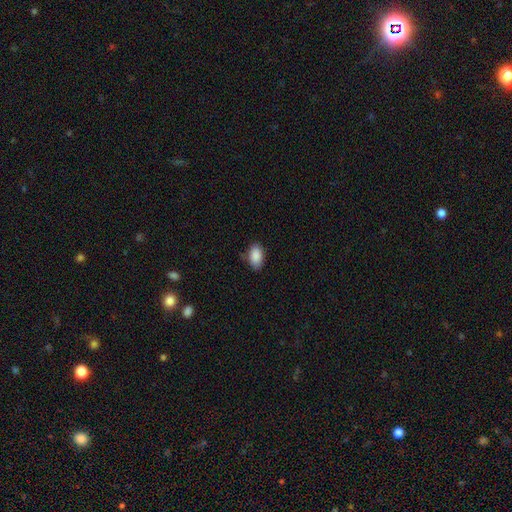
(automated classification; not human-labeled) This is clearly a smooth galaxy (89%). How rounded: clearly in between (92%). Merging: clearly none (80%).